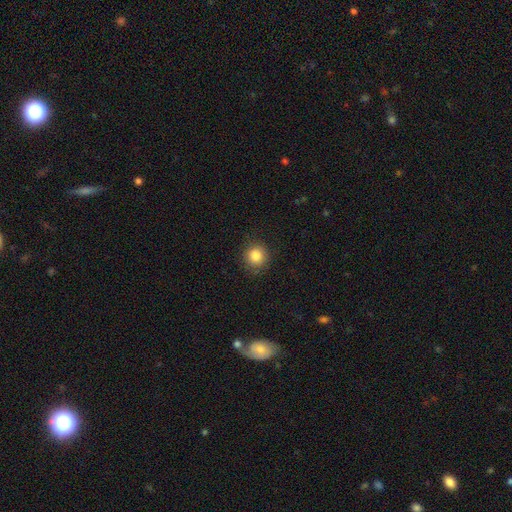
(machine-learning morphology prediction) type=smooth (85%); roundness=round (91%); merging=none (88%).